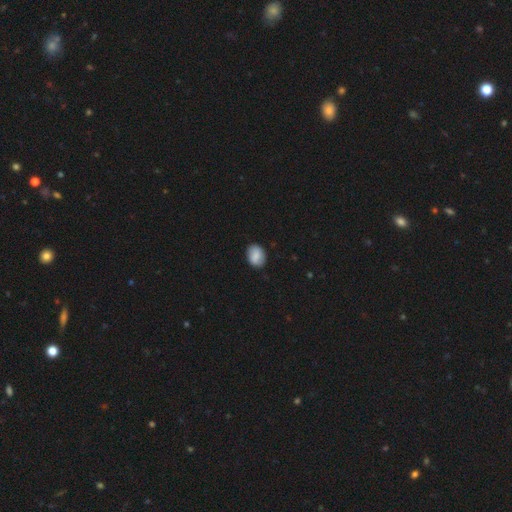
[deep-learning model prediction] Smooth or featured? smooth (80%)
How rounded? in between (70%)
Merging? none (85%)